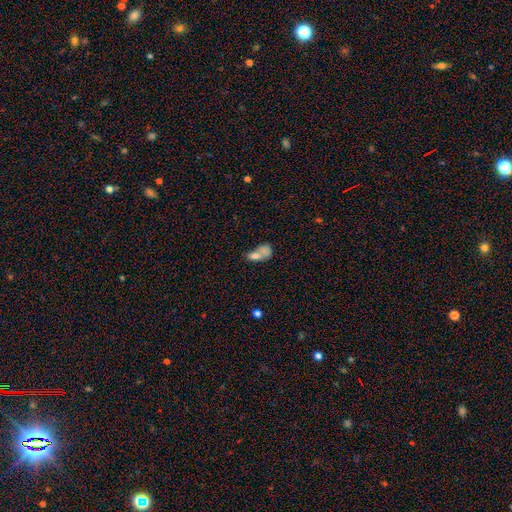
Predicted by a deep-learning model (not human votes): Morphology: type=smooth (72%); roundness=in between (79%); merging=merger (65%).